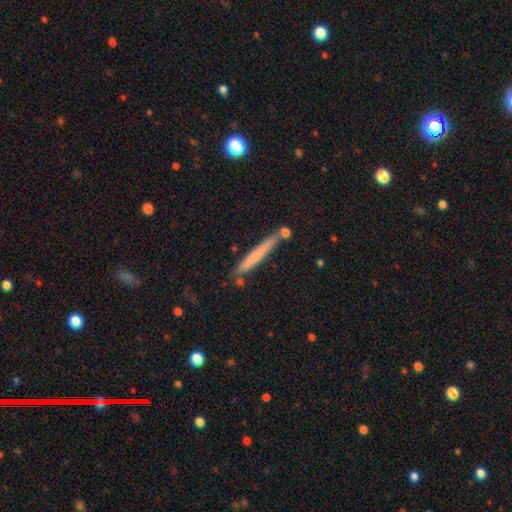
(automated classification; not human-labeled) Q: Smooth or featured?
A: smooth (61%); runner-up: featured or disk (32%)
Q: How rounded?
A: cigar-shaped (96%); runner-up: in between (3%)
Q: Merging?
A: none (81%); runner-up: minor disturbance (12%)